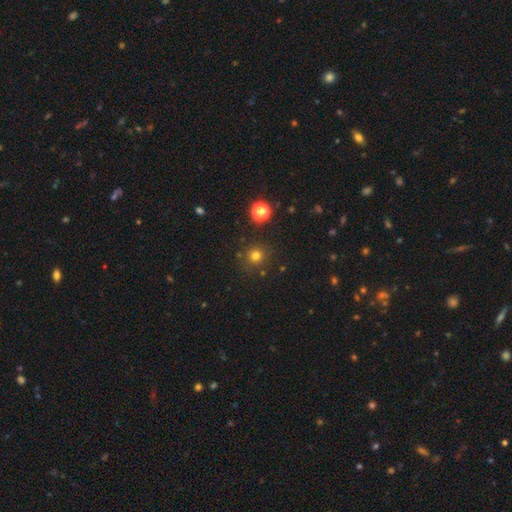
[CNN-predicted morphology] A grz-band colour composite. It shows a smooth galaxy with no disk features (75%) that is round (93%). Merging: none (86%).